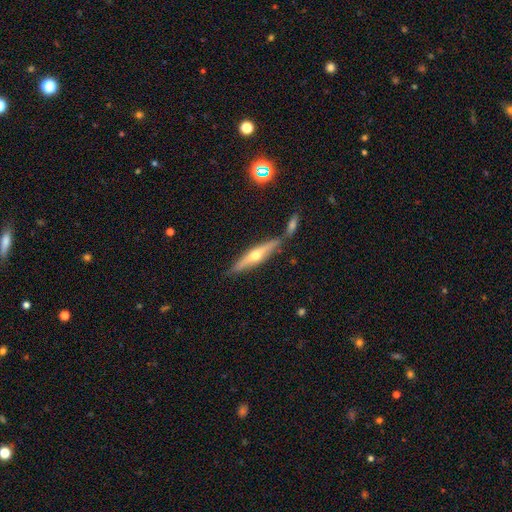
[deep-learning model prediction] featured or disk 67%, smooth 25%, star or artifact 7%. Down the decision tree: edge-on disk — yes (94%); edge-on bulge — rounded (91%); merging — none (75%).